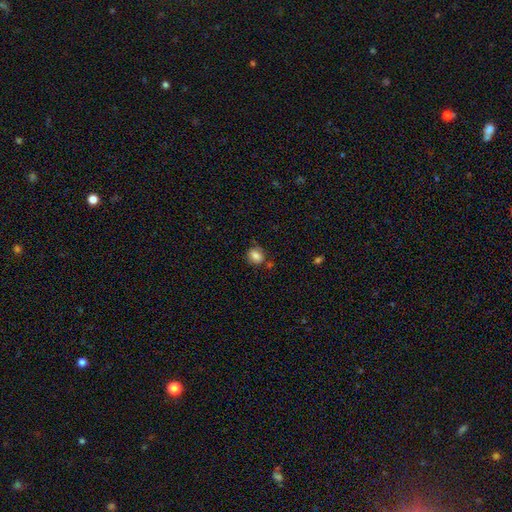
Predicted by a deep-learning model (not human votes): smooth-or-featured: smooth: 83% | star or artifact: 10% | featured or disk: 7%
  how-rounded: in between: 50% | round: 49% | cigar-shaped: 1%
  merging: none: 73% | minor disturbance: 16% | merger: 7% | major disturbance: 4%